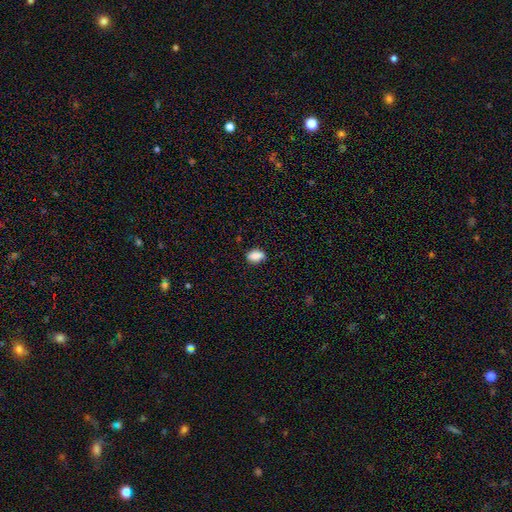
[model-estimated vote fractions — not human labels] This is clearly a smooth galaxy (87%). How rounded: clearly in between (83%). Merging: likely none (80%).